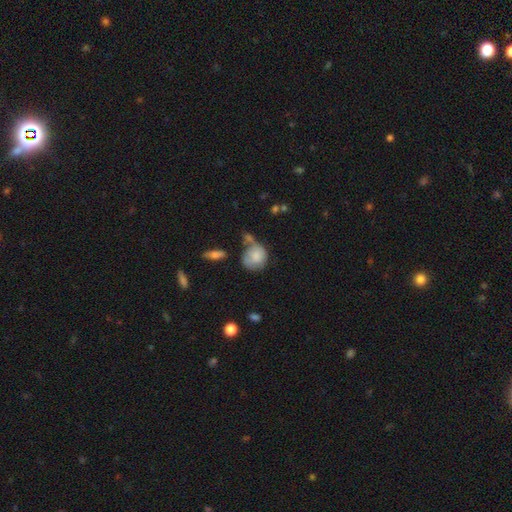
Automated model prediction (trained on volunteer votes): Q: Smooth or featured?
A: smooth (75%); runner-up: featured or disk (18%)
Q: How rounded?
A: round (68%); runner-up: in between (30%)
Q: Merging?
A: none (36%); runner-up: minor disturbance (27%)